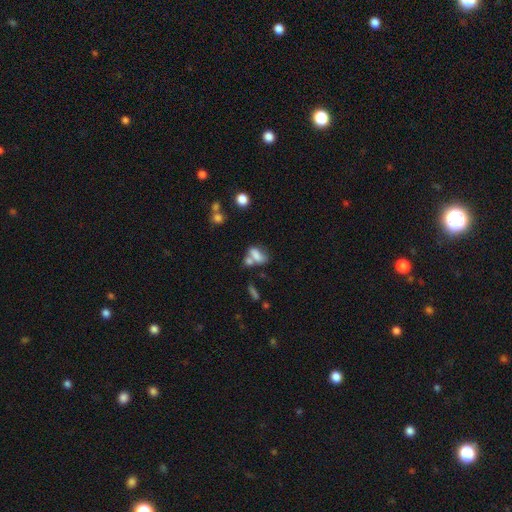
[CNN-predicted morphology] smooth-or-featured: smooth: 68% | featured or disk: 21% | star or artifact: 11%
  how-rounded: in between: 81% | round: 11% | cigar-shaped: 7%
  merging: merger: 47% | none: 29% | minor disturbance: 15% | major disturbance: 10%